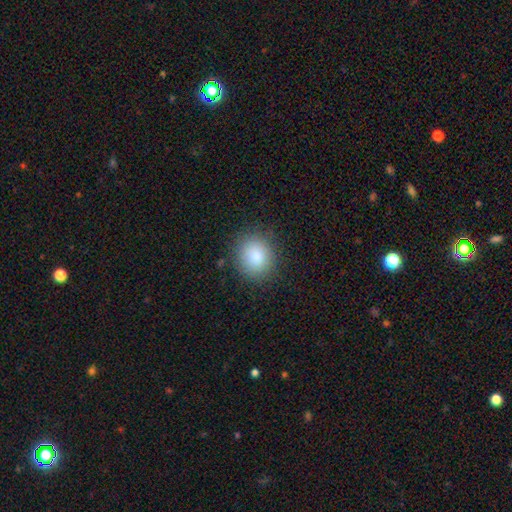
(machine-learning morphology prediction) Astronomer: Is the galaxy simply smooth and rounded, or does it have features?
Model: smooth — 85%.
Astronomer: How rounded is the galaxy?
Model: round — 77%.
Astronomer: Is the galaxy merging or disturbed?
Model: none — 88%.